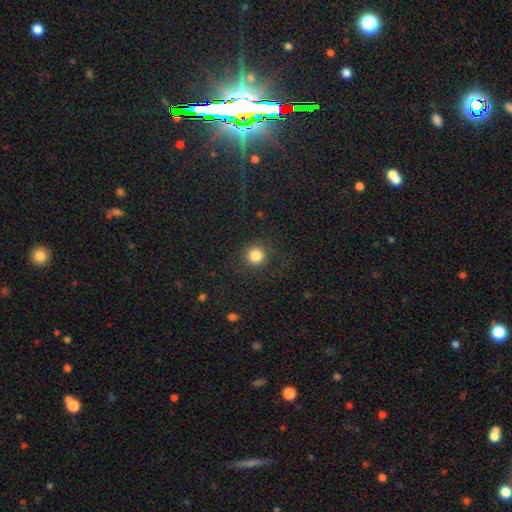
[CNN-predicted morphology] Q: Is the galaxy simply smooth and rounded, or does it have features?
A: smooth — 84%.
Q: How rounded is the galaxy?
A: round — 94%.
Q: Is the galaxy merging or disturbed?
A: none — 89%.